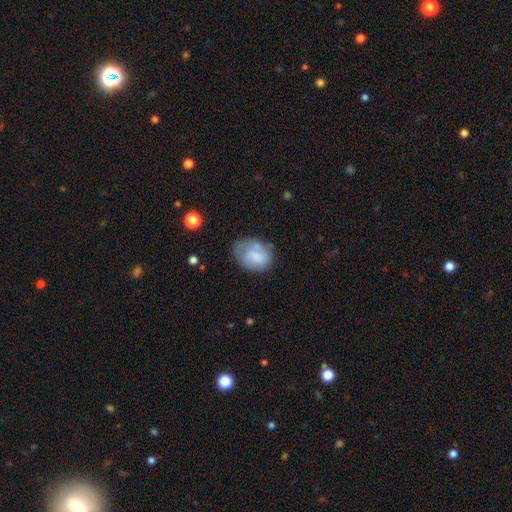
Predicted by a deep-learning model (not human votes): Smooth or featured?
  - smooth: 65% *
  - featured or disk: 27%
  - star or artifact: 7%
How rounded?
  - in between: 67% *
  - round: 32%
  - cigar-shaped: 1%
Merging?
  - none: 48% *
  - minor disturbance: 30%
  - major disturbance: 16%
  - merger: 6%